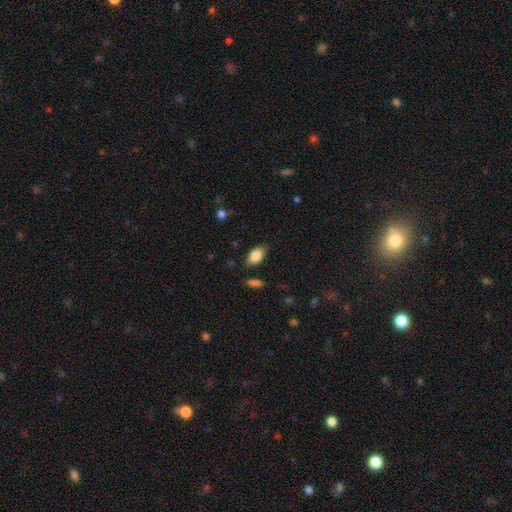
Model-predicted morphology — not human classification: The model was most divided on "merging": none: 82%, minor disturbance: 13%, major disturbance: 3%, merger: 2%. More confident: how rounded — in between (92%); smooth or featured — smooth (85%).